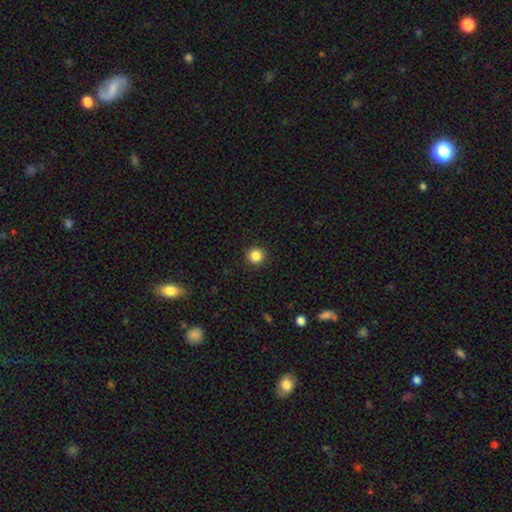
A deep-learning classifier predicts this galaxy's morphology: Q: Smooth or featured?
A: smooth (85%); runner-up: star or artifact (11%)
Q: How rounded?
A: round (94%); runner-up: in between (5%)
Q: Merging?
A: none (92%); runner-up: minor disturbance (5%)